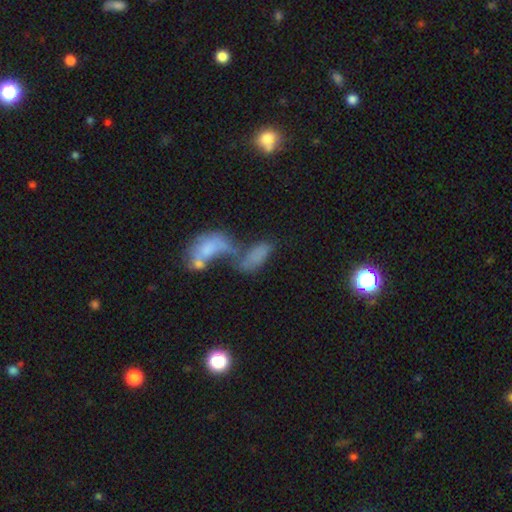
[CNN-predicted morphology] smooth 63%, featured or disk 21%, star or artifact 16%. Down the decision tree: how rounded — in between (80%); merging — merger (59%).